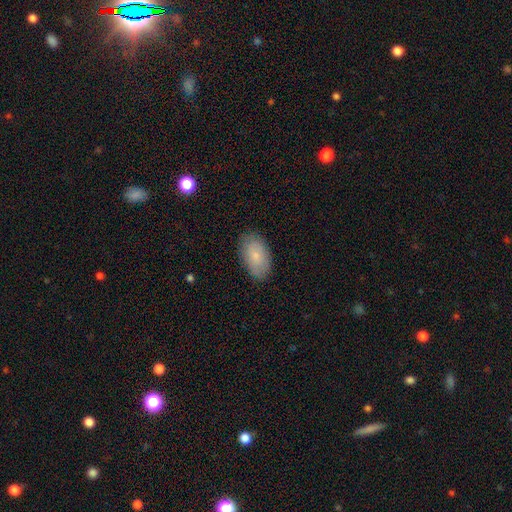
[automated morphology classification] smooth 77%, featured or disk 16%, star or artifact 7%. Down the decision tree: how rounded — in between (93%); merging — none (82%).